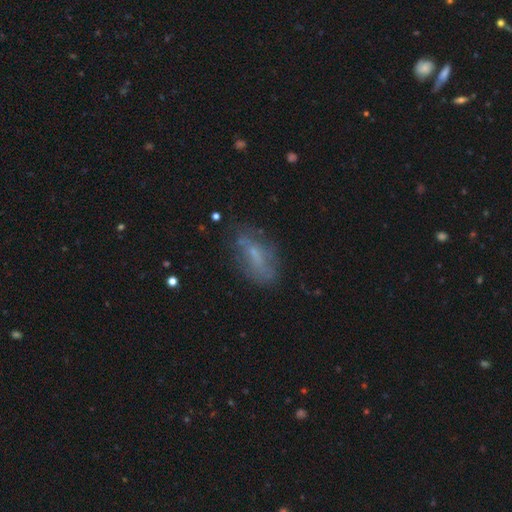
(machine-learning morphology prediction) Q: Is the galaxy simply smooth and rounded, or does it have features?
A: smooth — 50%.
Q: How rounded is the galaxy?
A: in between — 80%.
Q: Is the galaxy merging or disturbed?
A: none — 63%.